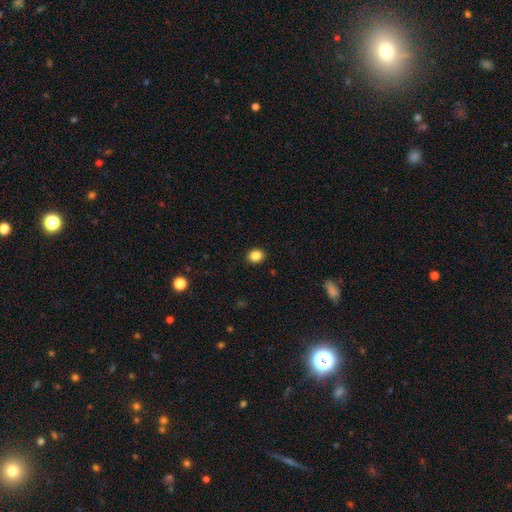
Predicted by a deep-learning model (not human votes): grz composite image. It shows a smooth galaxy with no disk features (86%) that is round (66%). Merging: none (91%).